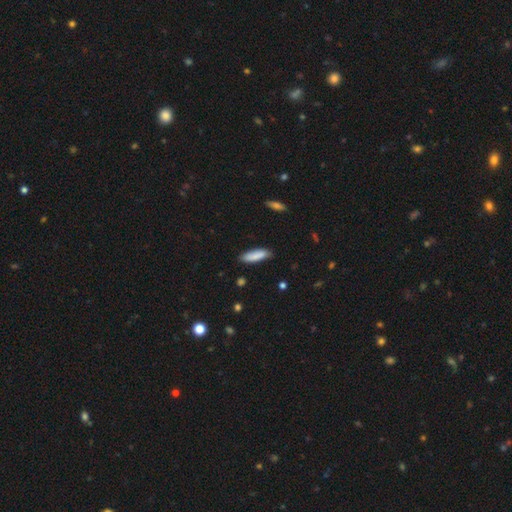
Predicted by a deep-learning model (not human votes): A smooth galaxy with no disk features (84%) that is cigar-shaped (54%). Merging: none (82%).